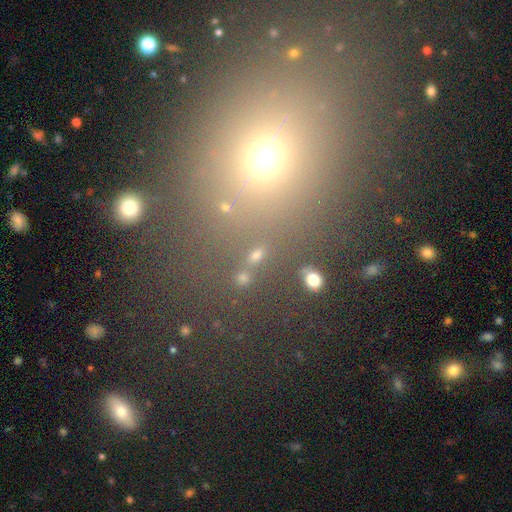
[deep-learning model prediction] smooth_or_featured: smooth (p=0.59) [alt: star or artifact p=0.31]
how_rounded: round (p=0.51) [alt: in between p=0.44]
merging: none (p=0.75) [alt: merger p=0.11]